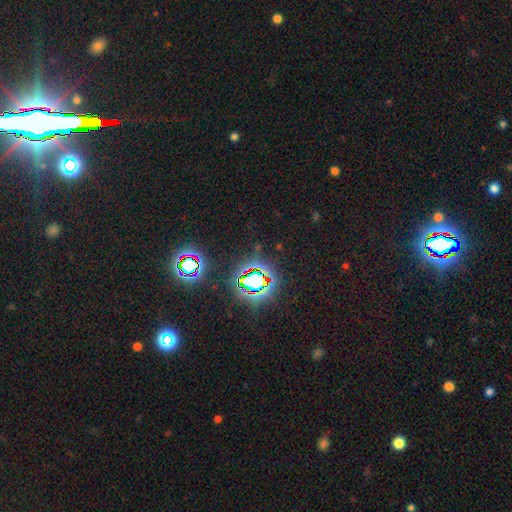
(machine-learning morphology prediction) star or artifact 81%, smooth 12%, featured or disk 7%.